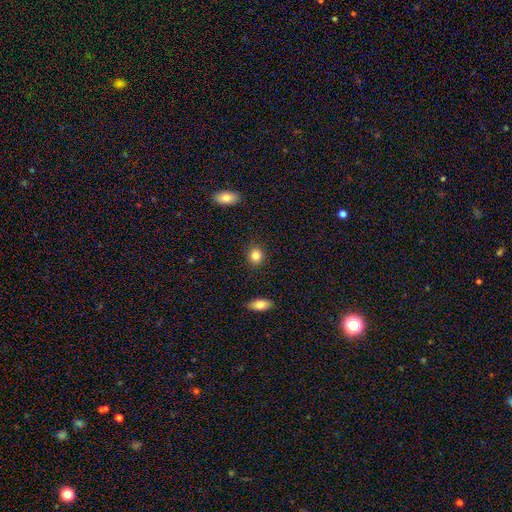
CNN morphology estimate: A smooth galaxy with no disk features (85%) that is round (67%). Merging: none (89%).